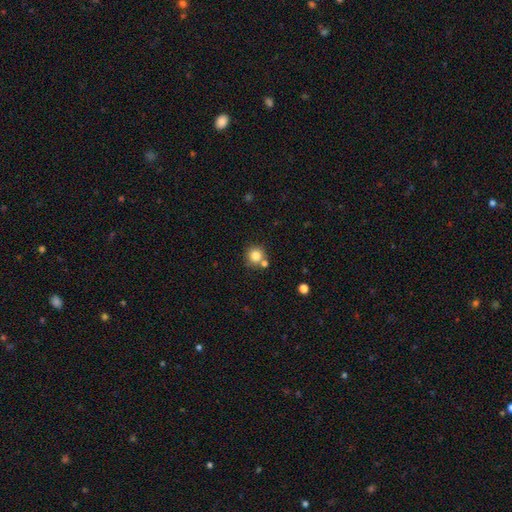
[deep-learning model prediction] Morphology: type=smooth (81%); roundness=round (93%); merging=none (71%).